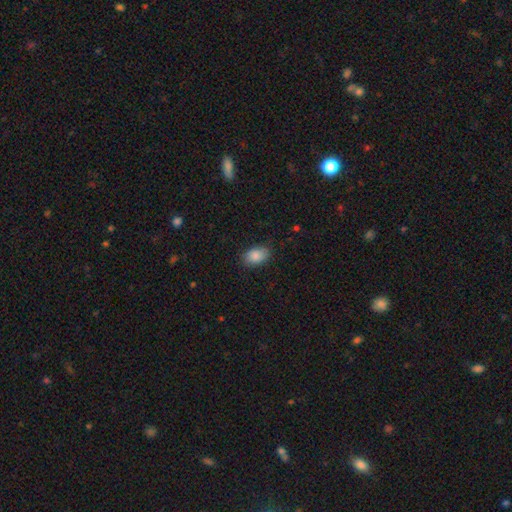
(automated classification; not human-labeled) The model was most divided on "merging": none: 84%, minor disturbance: 12%, major disturbance: 3%, merger: 1%. More confident: how rounded — in between (89%); smooth or featured — smooth (88%).